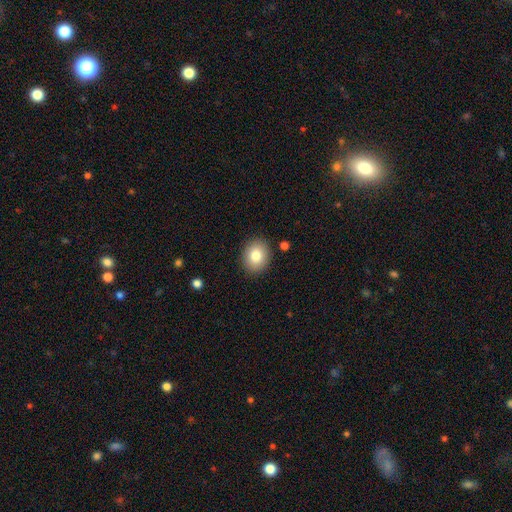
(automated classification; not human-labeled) Overall: smooth (82%). How rounded: round (52%; in between 47%). Merging: none (88%).